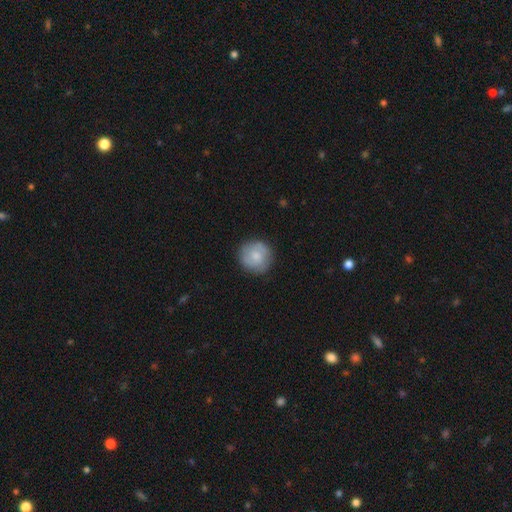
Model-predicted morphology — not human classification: Smooth or featured? smooth (64%)
How rounded? round (92%)
Merging? none (83%)